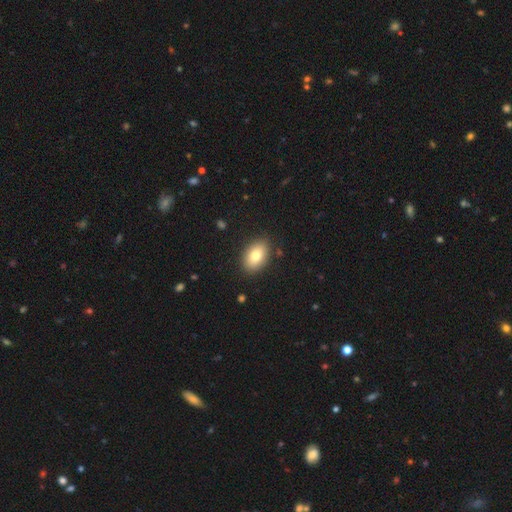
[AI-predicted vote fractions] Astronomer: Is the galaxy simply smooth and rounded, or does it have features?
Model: smooth — 78%.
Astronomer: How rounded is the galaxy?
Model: in between — 87%.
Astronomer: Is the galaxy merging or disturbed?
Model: none — 88%.